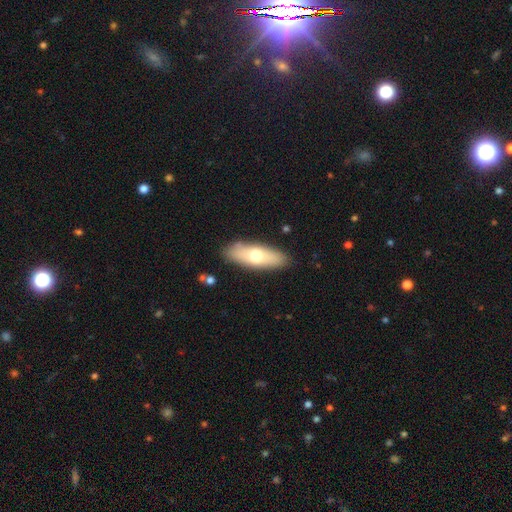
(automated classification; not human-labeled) Morphology: type=smooth (63%); roundness=in between (62%); merging=none (86%).